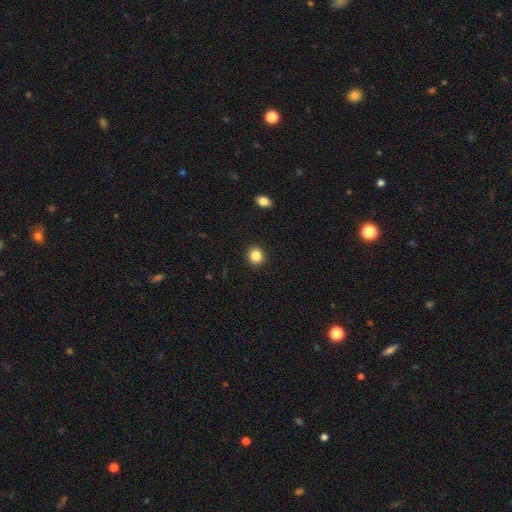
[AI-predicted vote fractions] Morphology: type=smooth (85%); roundness=round (86%); merging=none (92%).